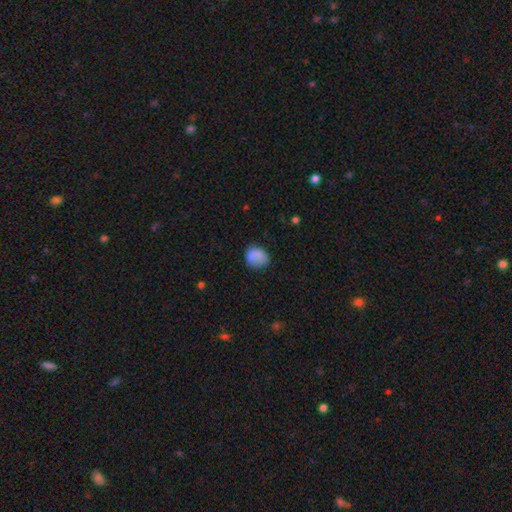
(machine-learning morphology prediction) Overall: smooth (80%). How rounded: round (63%; in between 36%). Merging: none (67%).